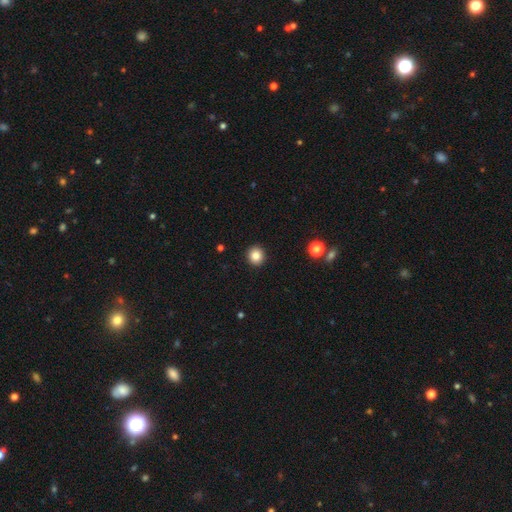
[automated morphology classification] Overall: smooth (84%). How rounded: round (92%). Merging: none (93%).